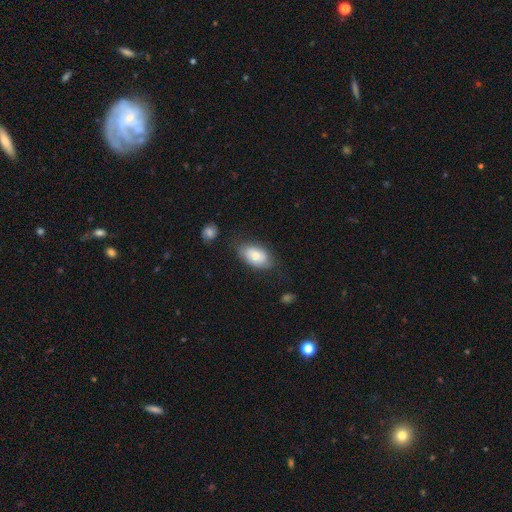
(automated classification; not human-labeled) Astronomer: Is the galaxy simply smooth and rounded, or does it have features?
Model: smooth — 73%.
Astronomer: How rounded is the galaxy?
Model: in between — 93%.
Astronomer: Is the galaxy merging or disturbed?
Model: none — 68%.